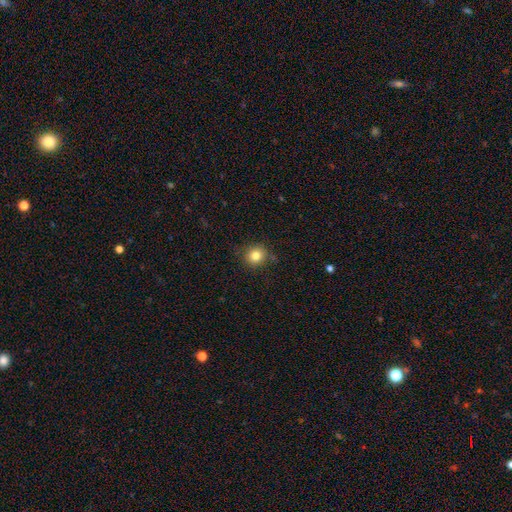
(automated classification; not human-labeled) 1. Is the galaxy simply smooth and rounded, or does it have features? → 82% smooth, 11% star or artifact, 7% featured or disk.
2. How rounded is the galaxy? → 88% round, 11% in between, 1% cigar-shaped.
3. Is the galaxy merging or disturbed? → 85% none, 10% minor disturbance, 3% major disturbance, 2% merger.